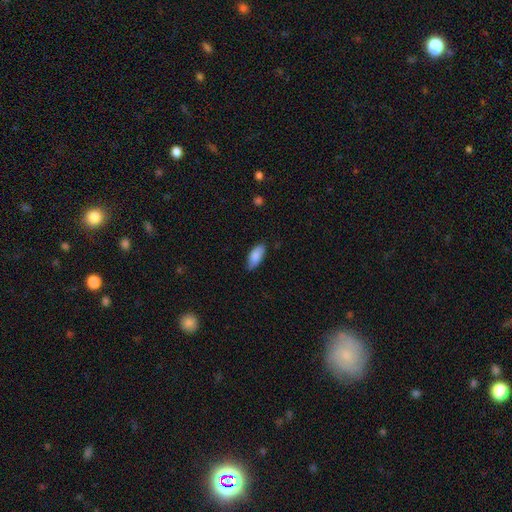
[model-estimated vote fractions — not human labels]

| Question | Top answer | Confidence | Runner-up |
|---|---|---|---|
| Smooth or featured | smooth | 87% | featured or disk (7%) |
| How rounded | in between | 87% | cigar-shaped (12%) |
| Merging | none | 81% | minor disturbance (16%) |